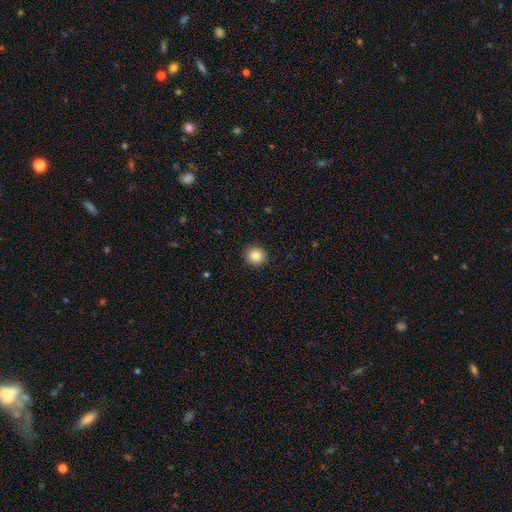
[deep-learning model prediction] smooth-or-featured: smooth: 85% | star or artifact: 10% | featured or disk: 5%
  how-rounded: round: 93% | in between: 6% | cigar-shaped: 1%
  merging: none: 92% | minor disturbance: 5% | major disturbance: 2% | merger: 1%